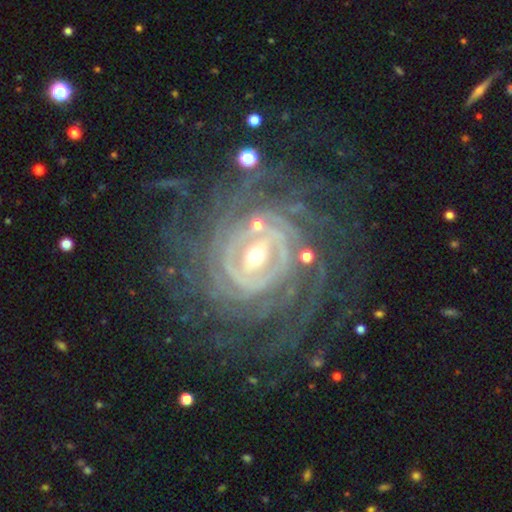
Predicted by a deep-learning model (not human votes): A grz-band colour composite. It shows a featured or disk galaxy (91%) with a strong bar (42%), more than 4 (28%) tight (82%) spiral arms (98%) and a small central bulge (52%). Merging: none (76%).